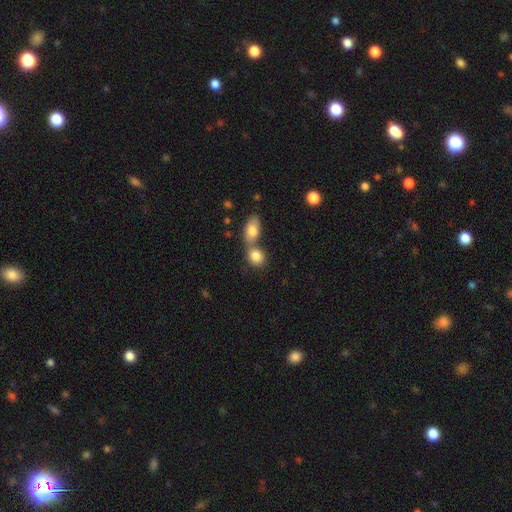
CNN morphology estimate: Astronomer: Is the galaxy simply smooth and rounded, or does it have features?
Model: smooth — 83%.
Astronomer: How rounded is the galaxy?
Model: in between — 58% (runner-up: round, 40%).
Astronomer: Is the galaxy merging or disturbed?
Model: merger — 57% (runner-up: none, 32%).